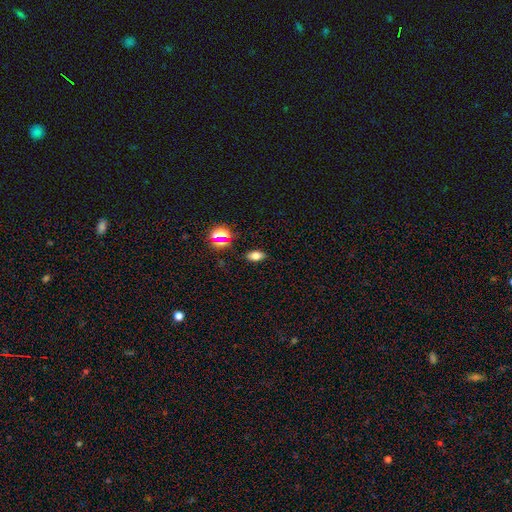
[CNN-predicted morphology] Smooth or featured? Predicted: smooth (p=0.73). How rounded? Predicted: in between (p=0.85). Merging? Predicted: none (p=0.86).